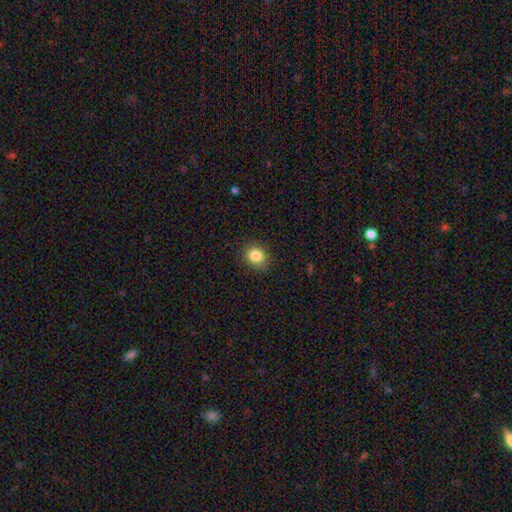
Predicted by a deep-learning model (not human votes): Overall: smooth (84%). How rounded: round (71%). Merging: none (87%).